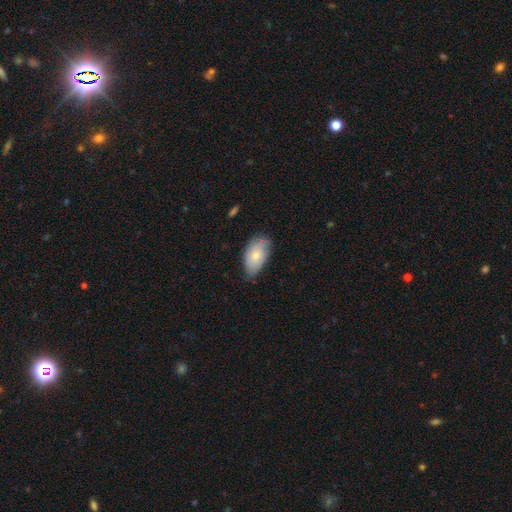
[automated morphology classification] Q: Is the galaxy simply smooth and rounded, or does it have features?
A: smooth — 70%.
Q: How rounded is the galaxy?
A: in between — 93%.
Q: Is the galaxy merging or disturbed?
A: none — 67%.